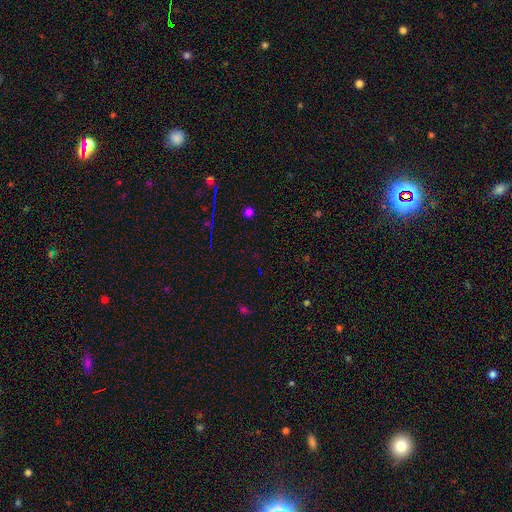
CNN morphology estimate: Smooth or featured: star or artifact — 71% (smooth — 21%)